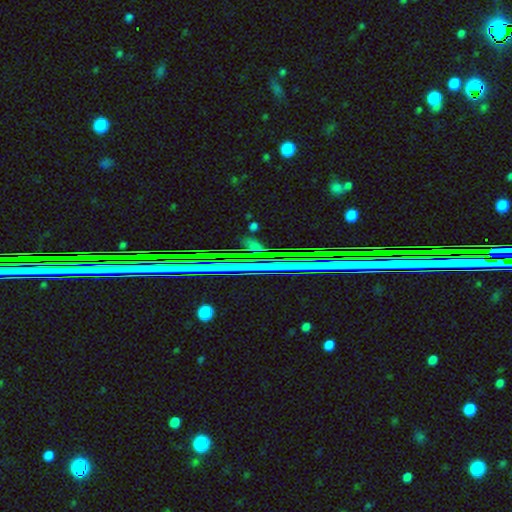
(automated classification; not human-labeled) A star or artifact, not a galaxy (75%).

Vote fractions:
- Smooth or featured? star or artifact: 75% / featured or disk: 14% / smooth: 11%